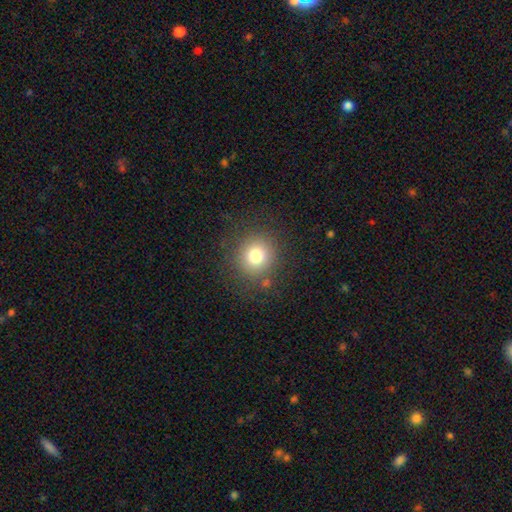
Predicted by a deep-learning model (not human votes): Smooth or featured? smooth (77%)
How rounded? round (89%)
Merging? none (84%)